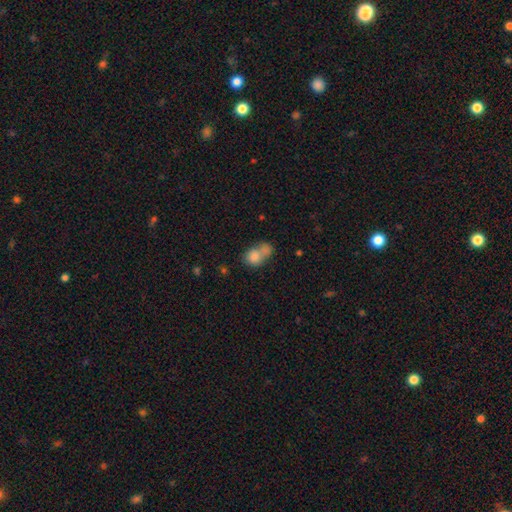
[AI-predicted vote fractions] Morphology: type=smooth (79%); roundness=in between (50%); merging=merger (57%).